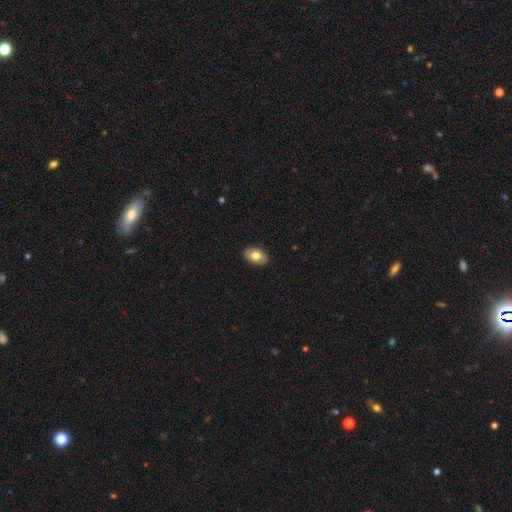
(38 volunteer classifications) Smooth or featured? smooth (68%)
How rounded? in between (92%)
Merging? none (95%)